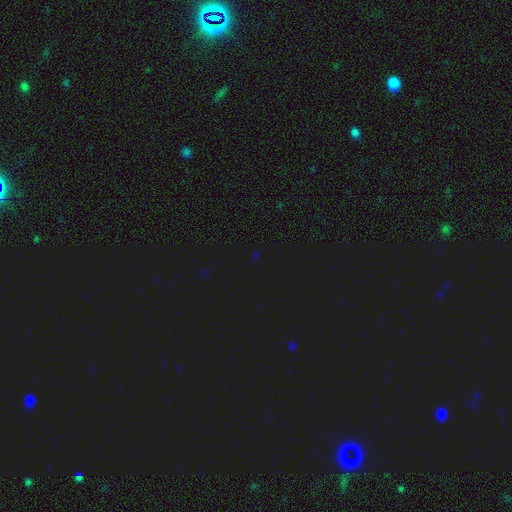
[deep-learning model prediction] A star or artifact, not a galaxy (80%).